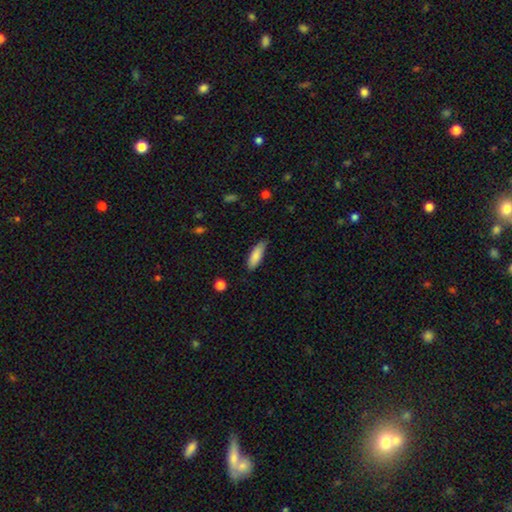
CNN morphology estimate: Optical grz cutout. It shows a smooth galaxy with no disk features (85%) that is in between round and cigar-shaped (55%). Merging: none (73%).